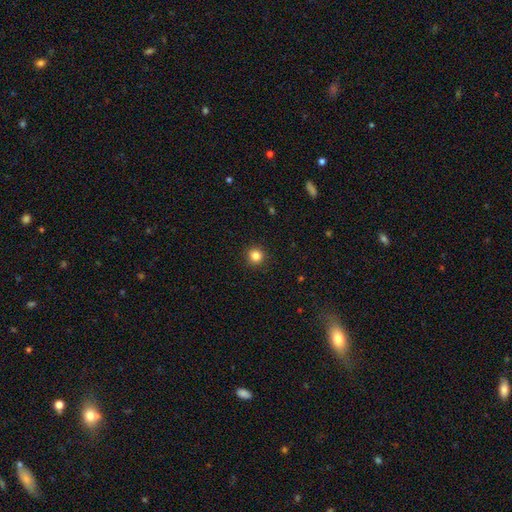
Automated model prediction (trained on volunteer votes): This appears to be a smooth galaxy with no disk features (84%) that is round (94%). Merging: none (92%).